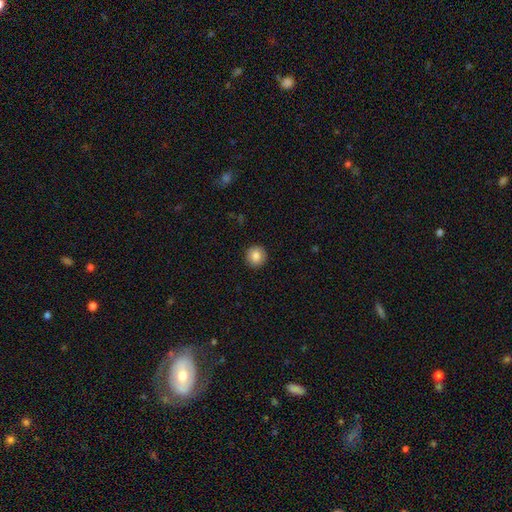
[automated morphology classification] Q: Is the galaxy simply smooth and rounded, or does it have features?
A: smooth — 86%.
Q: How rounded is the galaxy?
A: round — 91%.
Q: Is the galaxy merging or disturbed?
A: none — 92%.